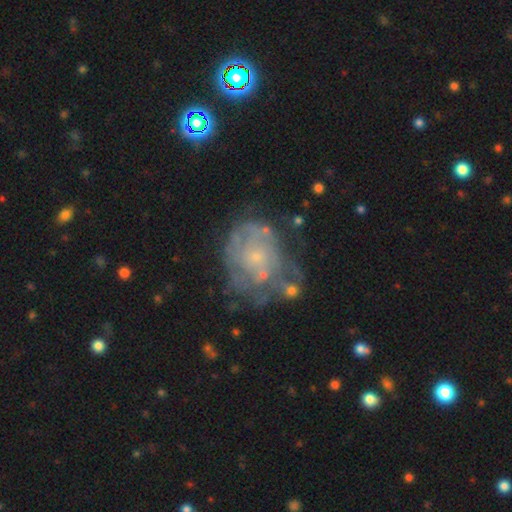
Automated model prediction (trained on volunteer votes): smooth_or_featured: featured or disk (p=0.69) [alt: smooth p=0.22]
disk_edge_on: no (p=0.98) [alt: yes p=0.02]
bar: no (p=0.86) [alt: weak p=0.12]
has_spiral_arms: yes (p=0.55) [alt: no p=0.45]
bulge_size: small (p=0.77) [alt: moderate p=0.13]
merging: none (p=0.42) [alt: minor disturbance p=0.24]